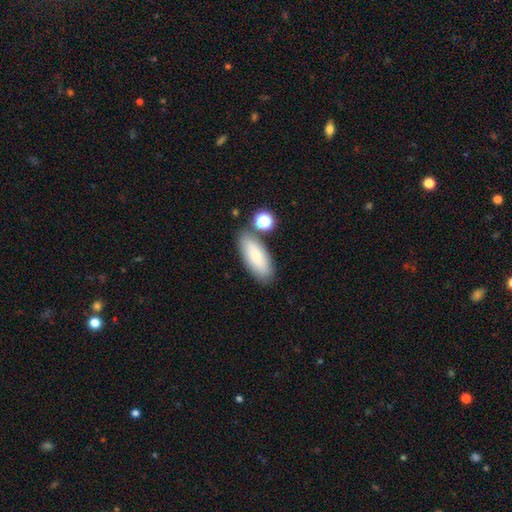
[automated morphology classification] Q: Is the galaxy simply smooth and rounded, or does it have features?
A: smooth — 80%.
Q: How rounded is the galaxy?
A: in between — 76%.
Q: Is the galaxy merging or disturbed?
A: none — 76%.